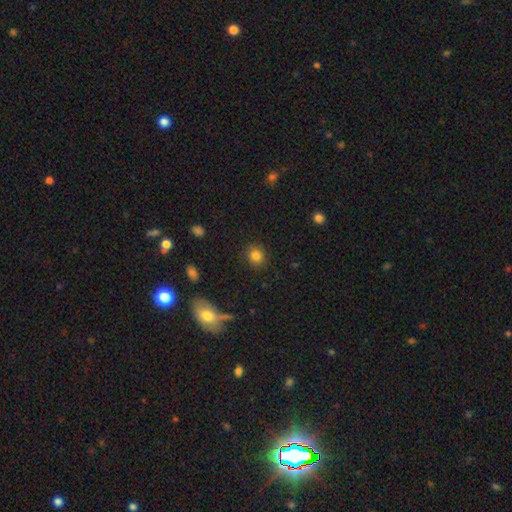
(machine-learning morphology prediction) A smooth galaxy with no disk features (83%) that is round (82%).

Vote fractions:
- Smooth or featured? smooth: 83% / star or artifact: 11% / featured or disk: 6%
- How rounded? round: 82% / in between: 17% / cigar-shaped: 1%
- Merging? none: 89% / minor disturbance: 7% / major disturbance: 2% / merger: 2%